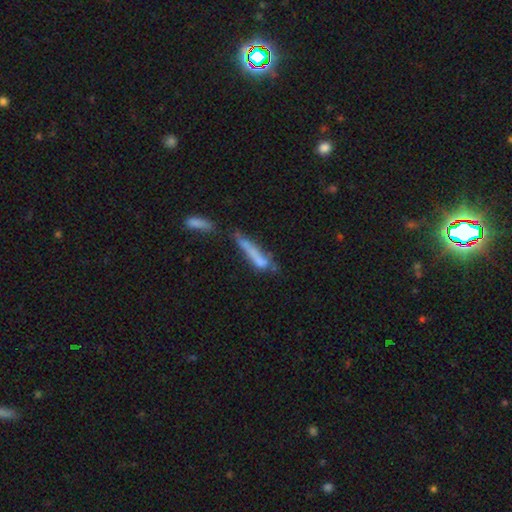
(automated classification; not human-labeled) Smooth or featured? smooth (55%)
How rounded? cigar-shaped (86%)
Merging? merger (32%)